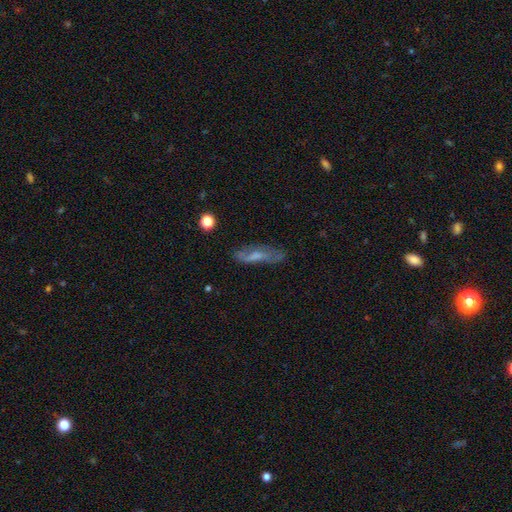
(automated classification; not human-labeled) featured or disk 50%, smooth 40%, star or artifact 10%. Down the decision tree: edge-on disk — no (65%); merging — none (71%).